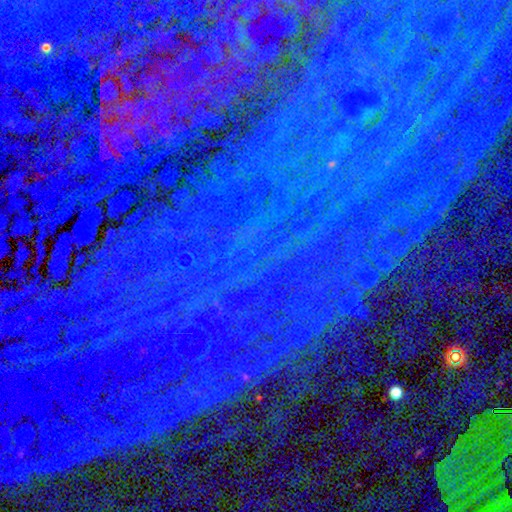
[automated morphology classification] Smooth or featured? Predicted: star or artifact (p=0.87).